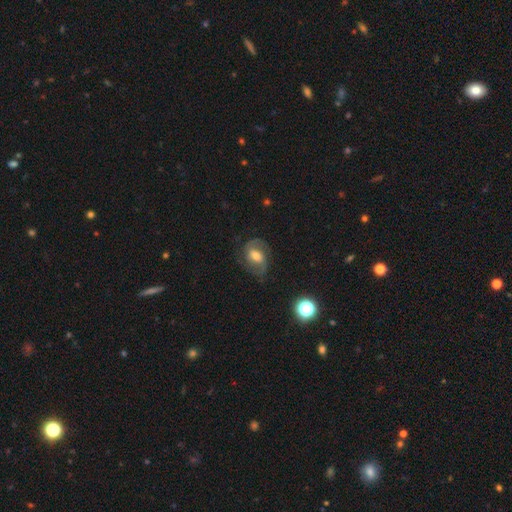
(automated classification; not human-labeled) A featured or disk galaxy (69%) with a weak bar (48%), 2 (85%) medium (52%) spiral arms (91%) and a moderate central bulge (59%). Merging: none (67%).